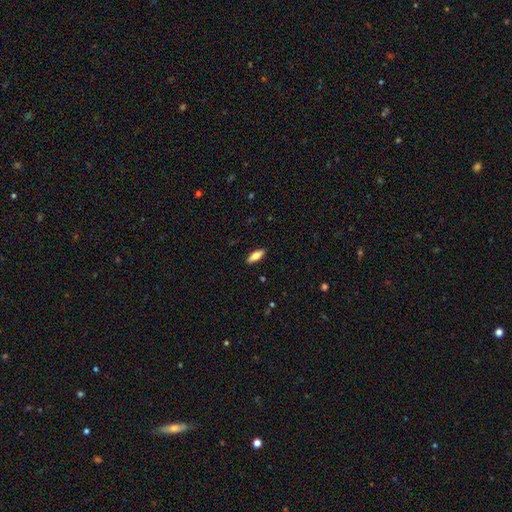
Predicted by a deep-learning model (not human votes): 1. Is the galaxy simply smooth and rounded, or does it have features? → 73% smooth, 20% featured or disk, 6% star or artifact.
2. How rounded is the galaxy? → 70% in between, 28% cigar-shaped, 2% round.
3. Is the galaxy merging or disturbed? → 89% none, 8% minor disturbance, 2% major disturbance, 1% merger.